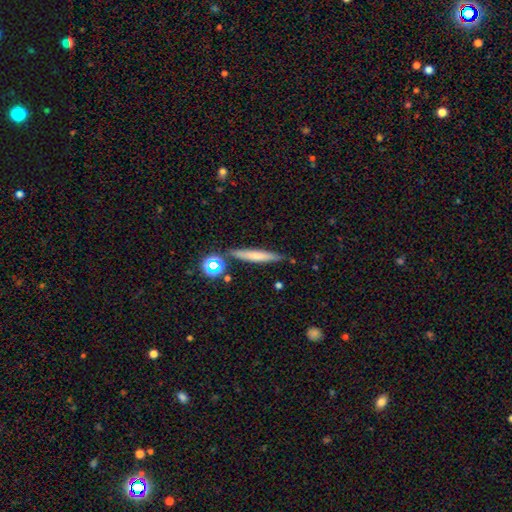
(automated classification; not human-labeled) Morphology: type=smooth (63%); roundness=cigar-shaped (91%); merging=none (82%).